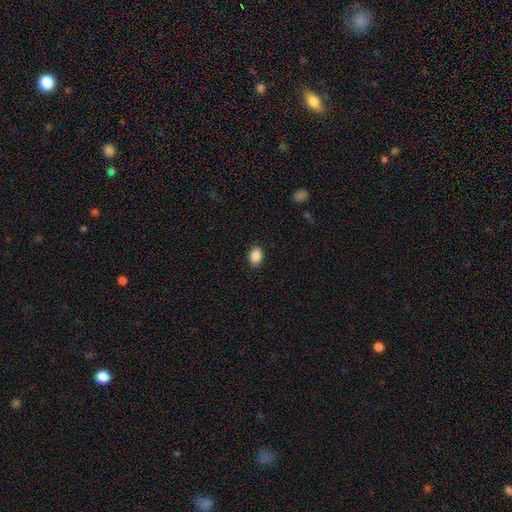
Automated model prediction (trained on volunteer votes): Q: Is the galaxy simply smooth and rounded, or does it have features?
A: smooth — 89%.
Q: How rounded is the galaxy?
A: in between — 79%.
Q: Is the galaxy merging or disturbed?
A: none — 88%.